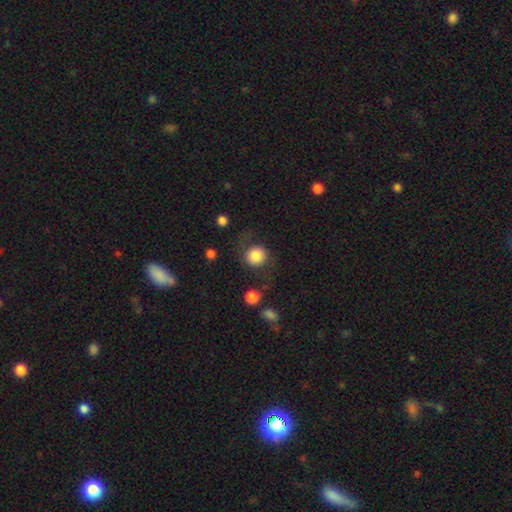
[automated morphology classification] Q: Smooth or featured?
A: smooth (79%); runner-up: featured or disk (13%)
Q: How rounded?
A: round (87%); runner-up: in between (12%)
Q: Merging?
A: none (68%); runner-up: minor disturbance (16%)